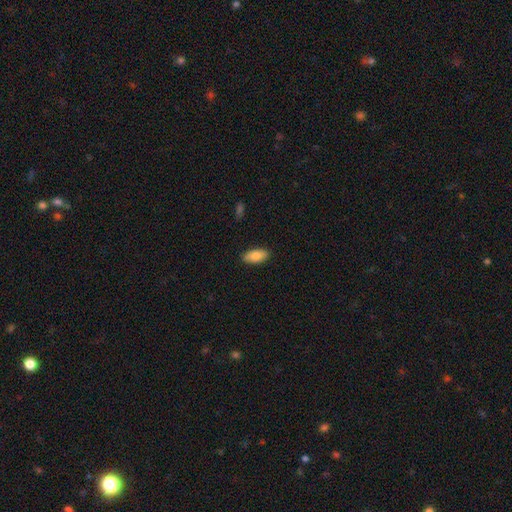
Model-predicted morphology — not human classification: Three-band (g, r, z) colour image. It shows a smooth galaxy with no disk features (82%) that is in between round and cigar-shaped (91%). Merging: none (87%).